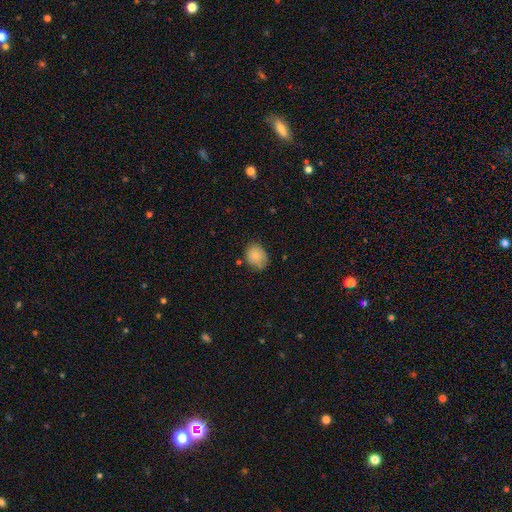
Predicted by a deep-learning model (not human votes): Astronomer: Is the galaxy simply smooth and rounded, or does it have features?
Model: smooth — 83%.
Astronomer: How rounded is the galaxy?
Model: in between — 55% (runner-up: round, 44%).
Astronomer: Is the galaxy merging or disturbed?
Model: none — 67%.